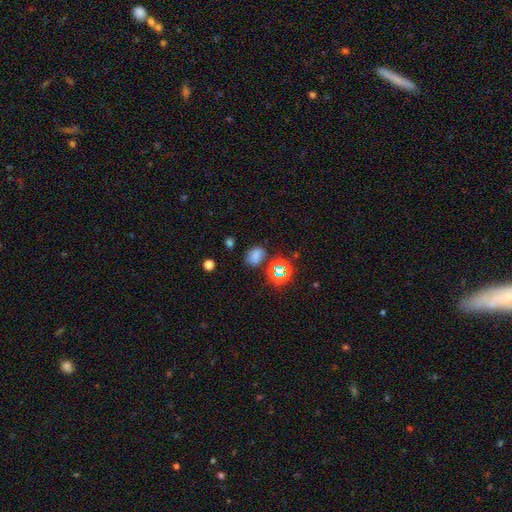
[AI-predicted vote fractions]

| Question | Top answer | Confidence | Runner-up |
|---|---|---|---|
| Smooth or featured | smooth | 58% | star or artifact (25%) |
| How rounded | in between | 62% | round (37%) |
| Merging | none | 63% | minor disturbance (21%) |